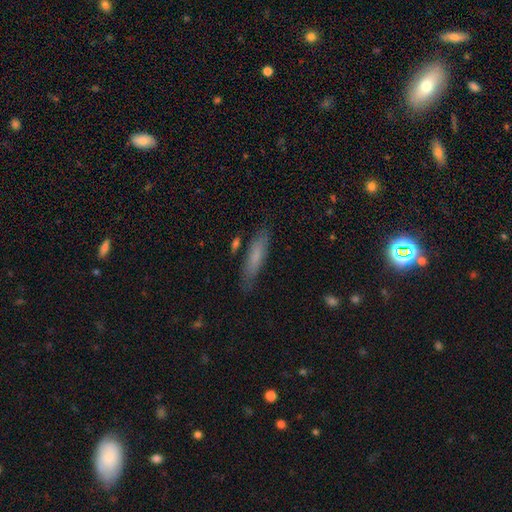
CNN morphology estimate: type=smooth (70%); roundness=cigar-shaped (76%); merging=none (81%).